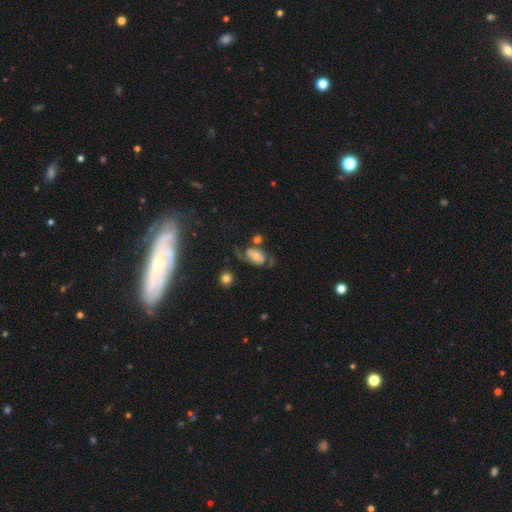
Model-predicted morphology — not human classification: Q: Smooth or featured?
A: featured or disk (56%); runner-up: smooth (34%)
Q: Edge-on disk?
A: no (94%); runner-up: yes (6%)
Q: Bar?
A: no (60%); runner-up: weak (29%)
Q: Spiral arms?
A: yes (77%); runner-up: no (23%)
Q: Bulge size?
A: moderate (52%); runner-up: small (30%)
Q: Merging?
A: none (42%); runner-up: minor disturbance (23%)